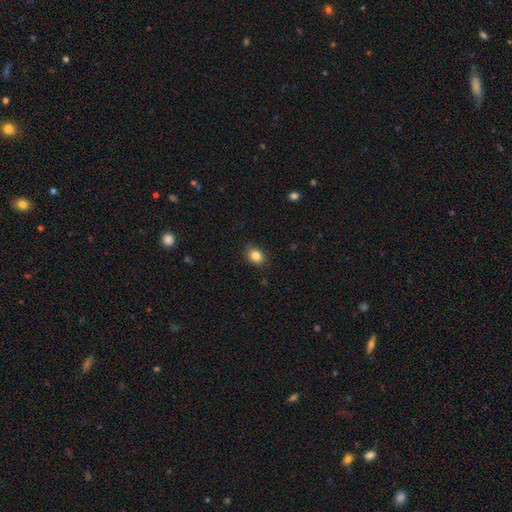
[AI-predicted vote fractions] Smooth or featured: smooth — 85% (star or artifact — 10%)
How rounded: in between — 52% (round — 47%)
Merging: none — 83% (minor disturbance — 13%)